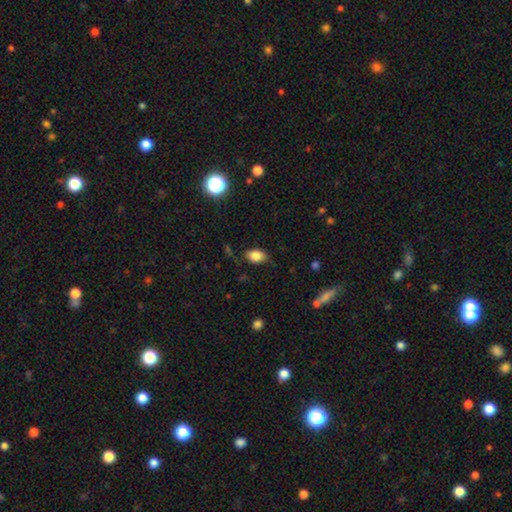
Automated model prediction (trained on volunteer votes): smooth_or_featured: smooth (p=0.81) [alt: featured or disk p=0.10]
how_rounded: in between (p=0.85) [alt: round p=0.14]
merging: none (p=0.78) [alt: minor disturbance p=0.17]